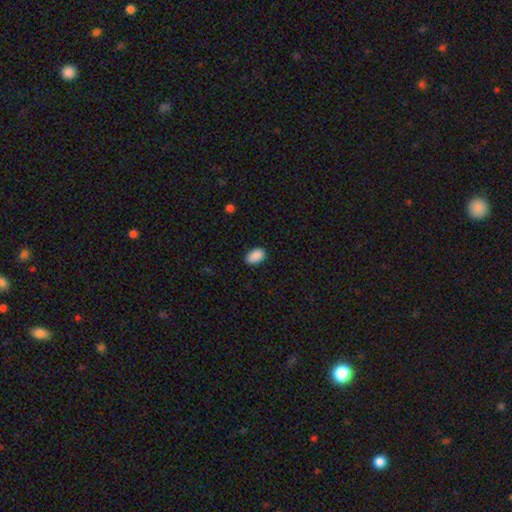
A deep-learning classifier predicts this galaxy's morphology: Smooth or featured?
  - smooth: 90% *
  - star or artifact: 7%
  - featured or disk: 3%
How rounded?
  - in between: 92% *
  - round: 6%
  - cigar-shaped: 1%
Merging?
  - none: 85% *
  - minor disturbance: 11%
  - major disturbance: 2%
  - merger: 1%